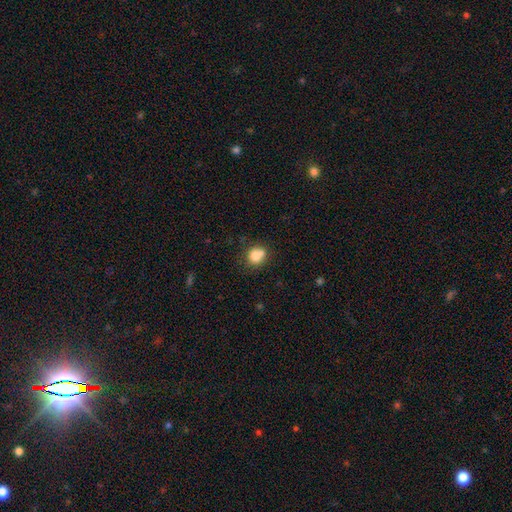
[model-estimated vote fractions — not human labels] Smooth or featured: smooth — 79% (featured or disk — 11%)
How rounded: round — 79% (in between — 21%)
Merging: none — 54% (merger — 26%)